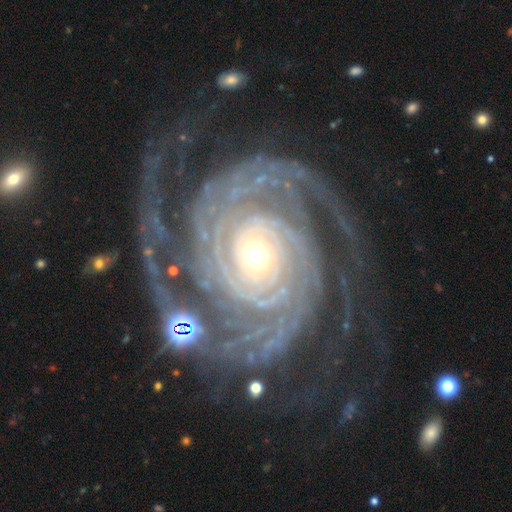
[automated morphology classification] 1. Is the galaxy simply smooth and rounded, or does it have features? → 93% featured or disk, 4% star or artifact, 3% smooth.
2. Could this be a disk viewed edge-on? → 98% no, 2% yes.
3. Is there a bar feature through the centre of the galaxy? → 73% no, 17% weak, 10% strong.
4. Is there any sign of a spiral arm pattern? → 98% yes, 2% no.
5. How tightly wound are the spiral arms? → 80% tight, 15% medium, 5% loose.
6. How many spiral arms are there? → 22% 2, 19% can't tell, 17% 3, 16% more than 4, 16% 4, 11% 1.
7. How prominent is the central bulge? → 50% small, 44% moderate, 3% large, 1% dominant, 1% none.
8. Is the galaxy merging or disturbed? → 60% none, 18% major disturbance, 16% minor disturbance, 6% merger.